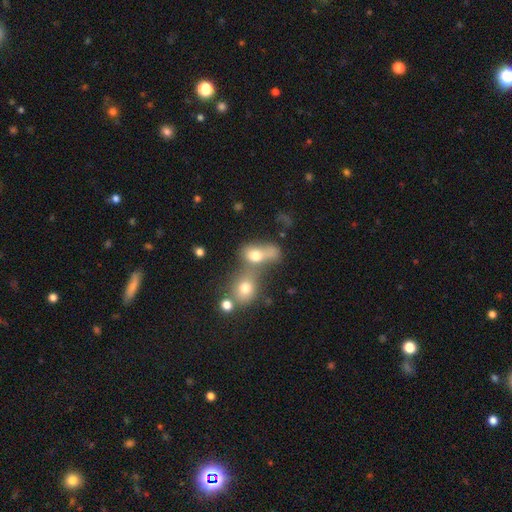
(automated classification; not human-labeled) Smooth or featured? Predicted: smooth (p=0.70). How rounded? Predicted: in between (p=0.63). Merging? Predicted: merger (p=0.62).